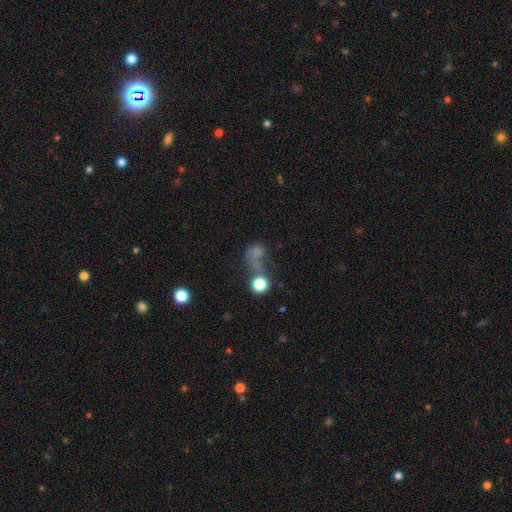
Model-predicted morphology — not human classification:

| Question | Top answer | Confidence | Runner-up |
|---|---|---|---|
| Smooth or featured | smooth | 60% | star or artifact (23%) |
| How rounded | round | 63% | in between (34%) |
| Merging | major disturbance | 31% | none (30%) |